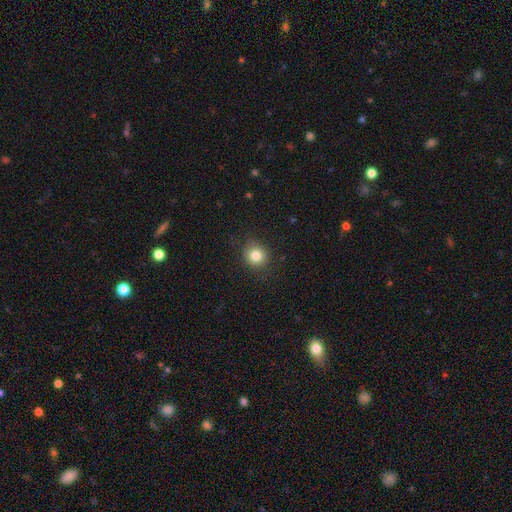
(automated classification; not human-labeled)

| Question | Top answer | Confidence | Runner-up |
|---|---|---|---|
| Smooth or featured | smooth | 82% | star or artifact (11%) |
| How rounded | round | 85% | in between (14%) |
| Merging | none | 86% | minor disturbance (10%) |